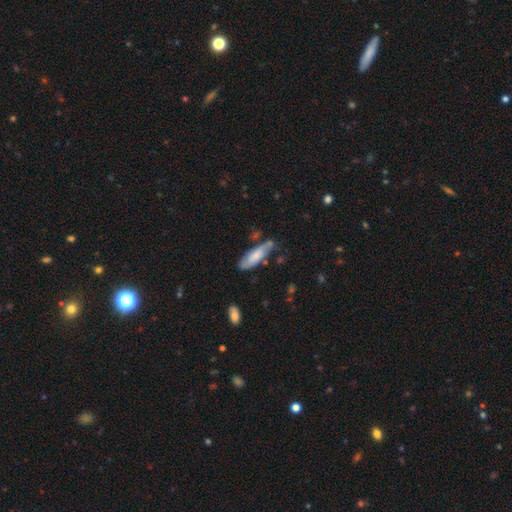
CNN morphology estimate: This is likely a smooth galaxy (68%). How rounded: possibly cigar-shaped (53%). Merging: likely none (61%).